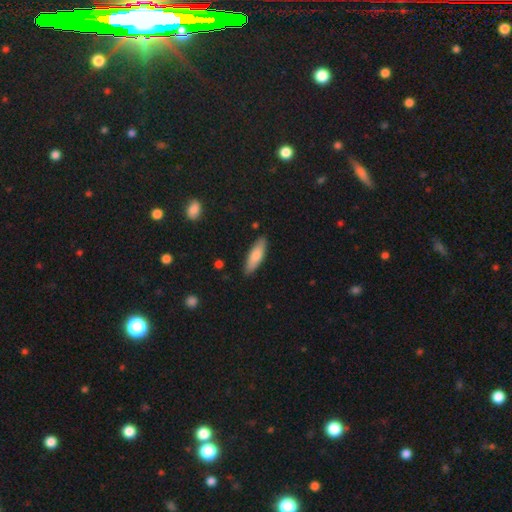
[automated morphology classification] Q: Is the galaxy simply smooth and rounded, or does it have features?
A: smooth — 78%.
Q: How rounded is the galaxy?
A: cigar-shaped — 50%.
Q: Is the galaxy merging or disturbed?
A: none — 86%.